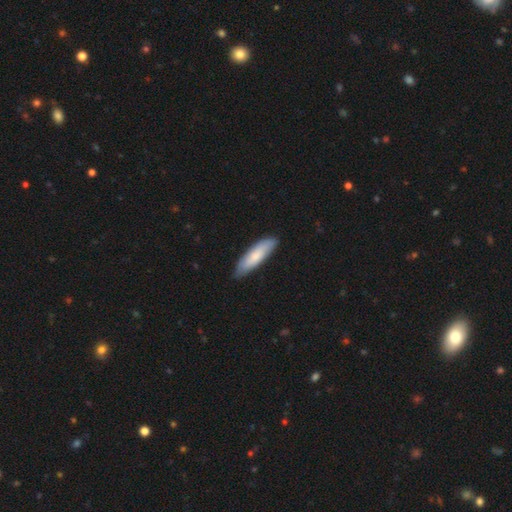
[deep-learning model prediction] A smooth galaxy with no disk features (78%) that is cigar-shaped (63%).

Vote fractions:
- Smooth or featured? smooth: 78% / featured or disk: 17% / star or artifact: 5%
- How rounded? cigar-shaped: 63% / in between: 35% / round: 1%
- Merging? none: 83% / minor disturbance: 14% / major disturbance: 2% / merger: 1%